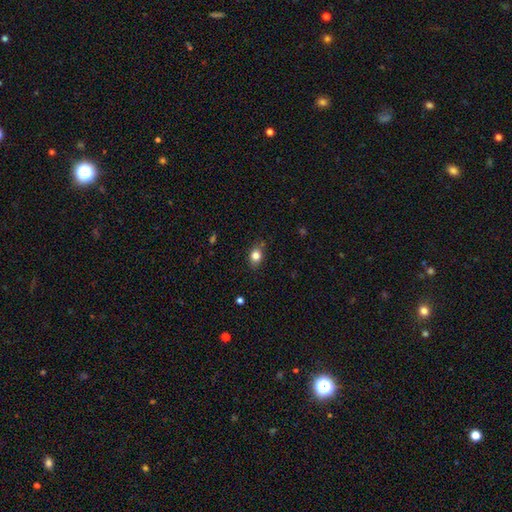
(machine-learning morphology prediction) Smooth or featured?
  - smooth: 81% *
  - star or artifact: 10%
  - featured or disk: 9%
How rounded?
  - in between: 63% *
  - round: 35%
  - cigar-shaped: 2%
Merging?
  - none: 80% *
  - minor disturbance: 15%
  - major disturbance: 3%
  - merger: 2%